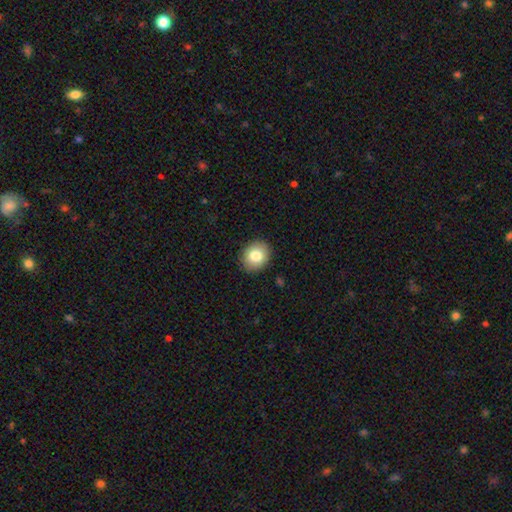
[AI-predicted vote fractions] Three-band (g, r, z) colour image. It shows a smooth galaxy with no disk features (81%) that is round (64%). Merging: none (89%).